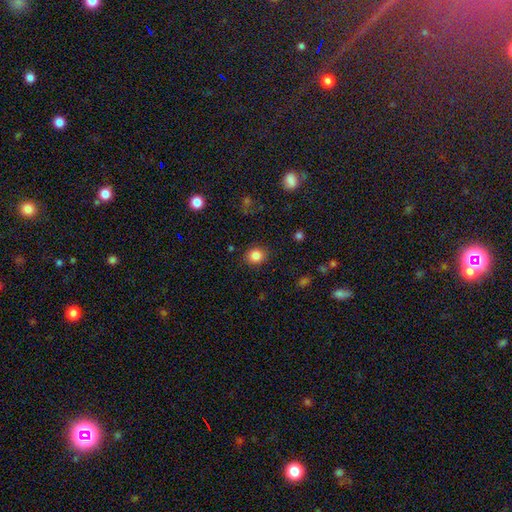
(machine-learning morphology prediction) A smooth galaxy with no disk features (84%) that is round (78%). Merging: none (87%).